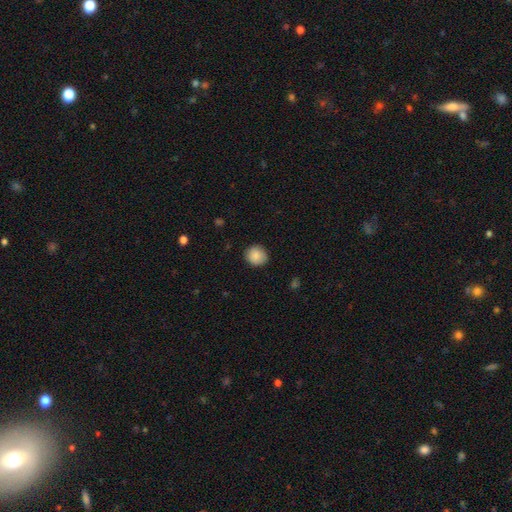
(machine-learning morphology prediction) Smooth or featured? smooth (88%)
How rounded? round (89%)
Merging? none (88%)